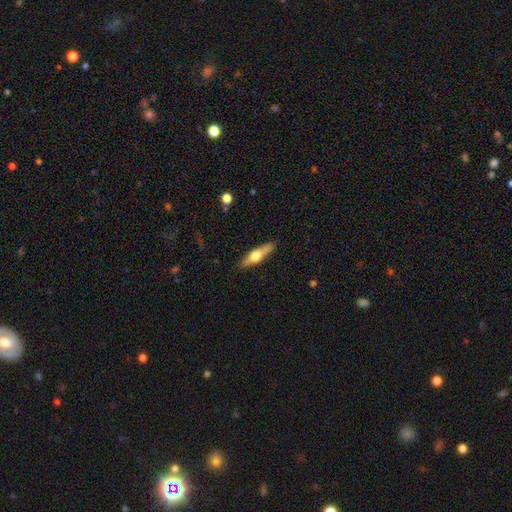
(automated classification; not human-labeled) Morphology: type=featured or disk (54%); edge-on=yes (93%); edge-on bulge=rounded (94%); merging=none (88%).